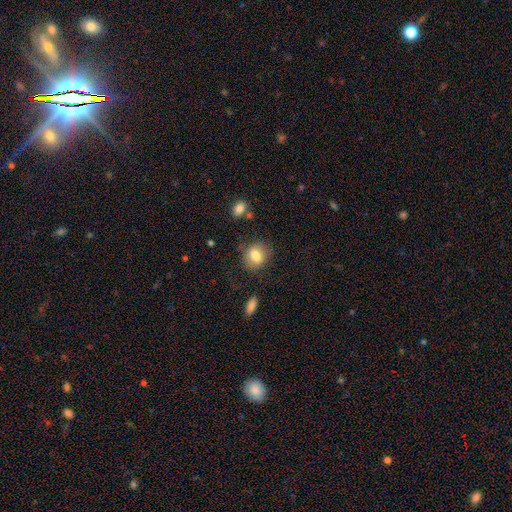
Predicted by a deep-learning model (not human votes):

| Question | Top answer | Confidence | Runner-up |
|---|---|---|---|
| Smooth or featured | smooth | 76% | featured or disk (16%) |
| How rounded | round | 60% | in between (39%) |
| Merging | none | 73% | minor disturbance (18%) |